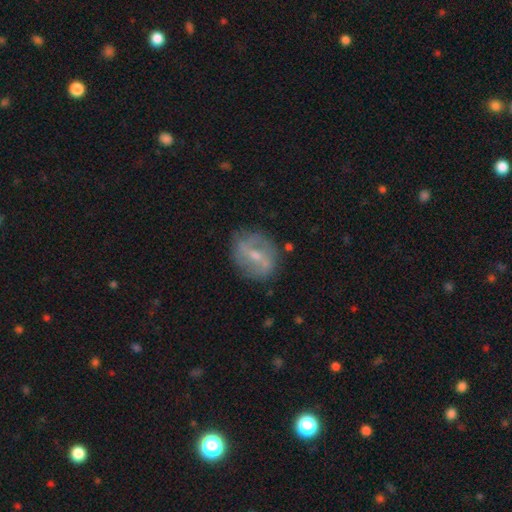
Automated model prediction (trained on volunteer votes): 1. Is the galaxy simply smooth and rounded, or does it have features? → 68% featured or disk, 25% smooth, 8% star or artifact.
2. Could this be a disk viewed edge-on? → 94% no, 6% yes.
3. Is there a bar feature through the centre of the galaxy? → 45% weak, 37% strong, 18% no.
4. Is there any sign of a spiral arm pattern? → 67% yes, 33% no.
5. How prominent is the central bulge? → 53% small, 39% moderate, 5% none, 2% large, 1% dominant.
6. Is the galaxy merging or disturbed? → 76% none, 16% minor disturbance, 5% major disturbance, 3% merger.